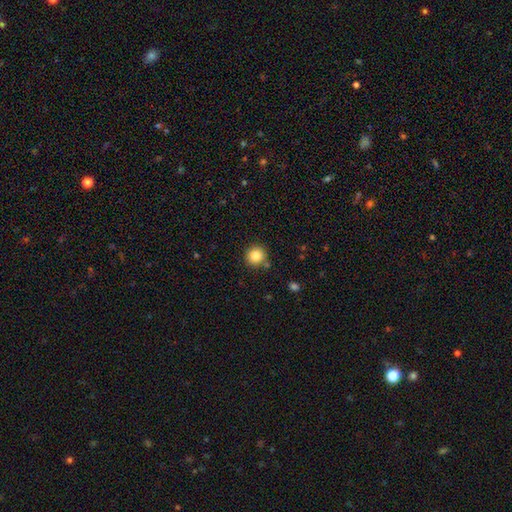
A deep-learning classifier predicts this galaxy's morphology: Smooth or featured?
  - smooth: 83% *
  - star or artifact: 11%
  - featured or disk: 6%
How rounded?
  - round: 92% *
  - in between: 7%
  - cigar-shaped: 1%
Merging?
  - none: 85% *
  - minor disturbance: 8%
  - merger: 4%
  - major disturbance: 2%